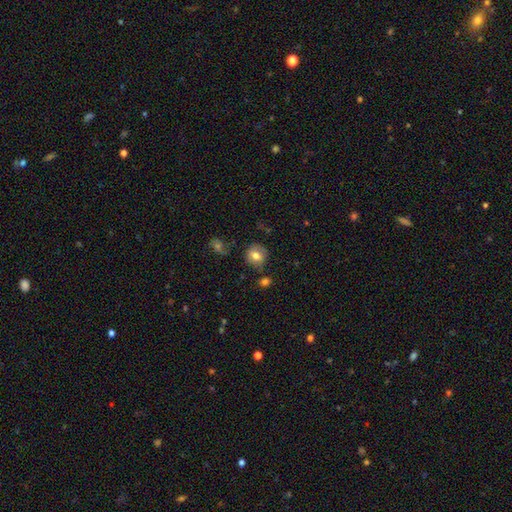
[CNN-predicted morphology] type=smooth (73%); roundness=round (83%); merging=none (79%).